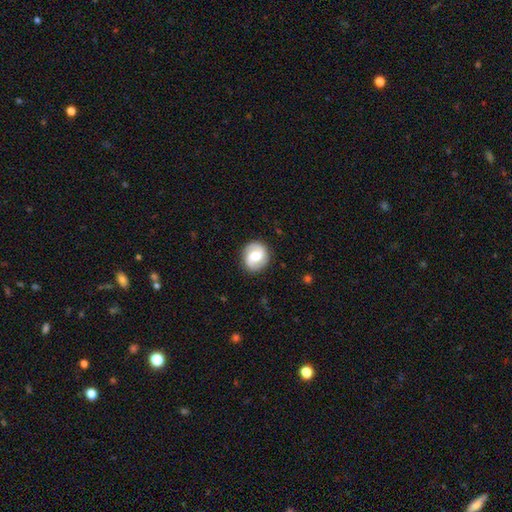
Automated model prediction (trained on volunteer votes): smooth_or_featured: featured or disk (p=0.70) [alt: smooth p=0.24]
disk_edge_on: no (p=0.98) [alt: yes p=0.02]
bar: weak (p=0.48) [alt: no p=0.36]
has_spiral_arms: yes (p=0.93) [alt: no p=0.07]
spiral_winding: medium (p=0.46) [alt: tight p=0.32]
spiral_arm_count: 2 (p=0.90) [alt: can't tell p=0.04]
bulge_size: moderate (p=0.52) [alt: large p=0.28]
merging: none (p=0.86) [alt: minor disturbance p=0.10]